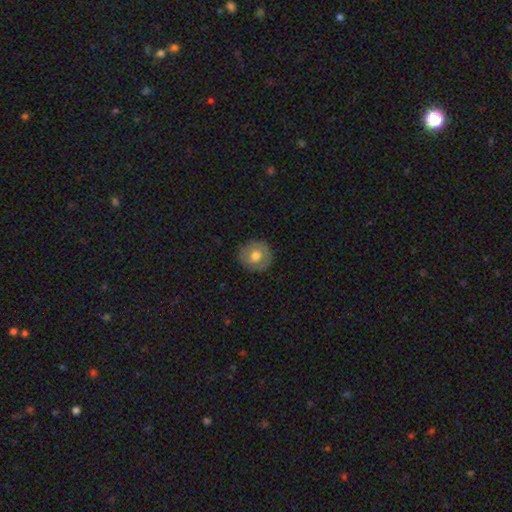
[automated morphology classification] smooth-or-featured: smooth: 66% | featured or disk: 27% | star or artifact: 8%
  how-rounded: round: 90% | in between: 9% | cigar-shaped: 1%
  merging: none: 87% | minor disturbance: 10% | major disturbance: 2% | merger: 1%